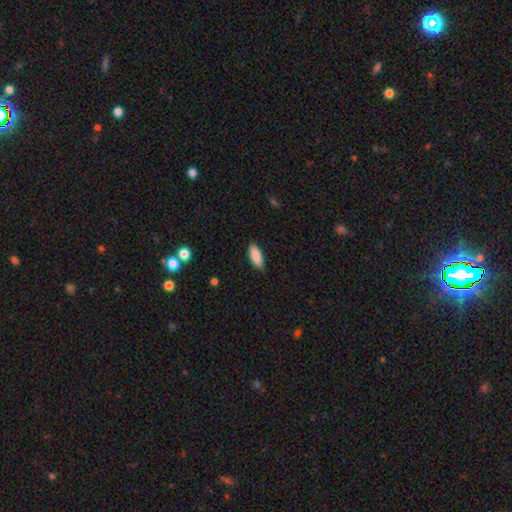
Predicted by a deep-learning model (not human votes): This appears to be a smooth galaxy with no disk features (88%) that is in between round and cigar-shaped (79%). Merging: none (87%).